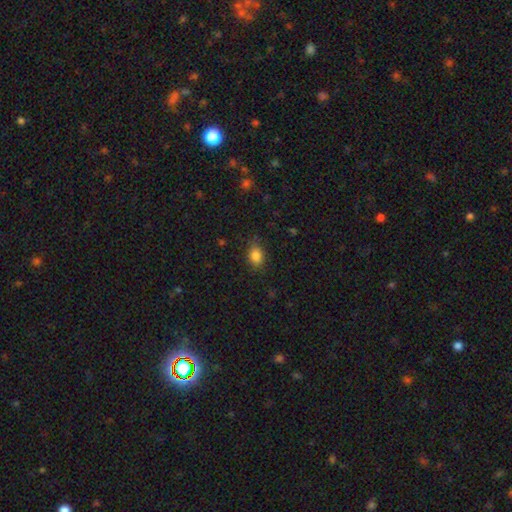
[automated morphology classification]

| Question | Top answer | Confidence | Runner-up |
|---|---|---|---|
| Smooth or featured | smooth | 85% | star or artifact (10%) |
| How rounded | in between | 69% | round (29%) |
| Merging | none | 77% | minor disturbance (18%) |